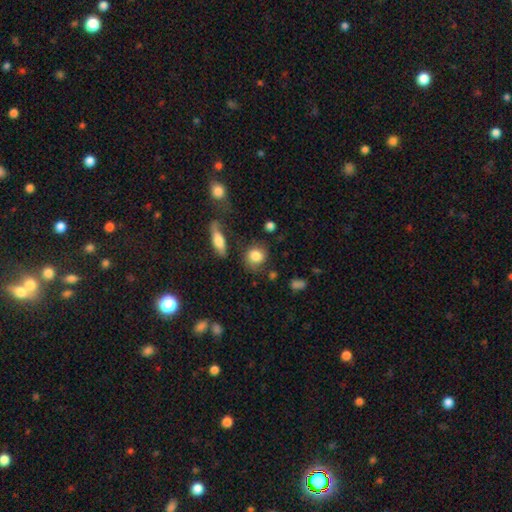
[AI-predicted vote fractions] This appears to be a smooth galaxy with no disk features (81%) that is round (72%). Merging: none (68%).